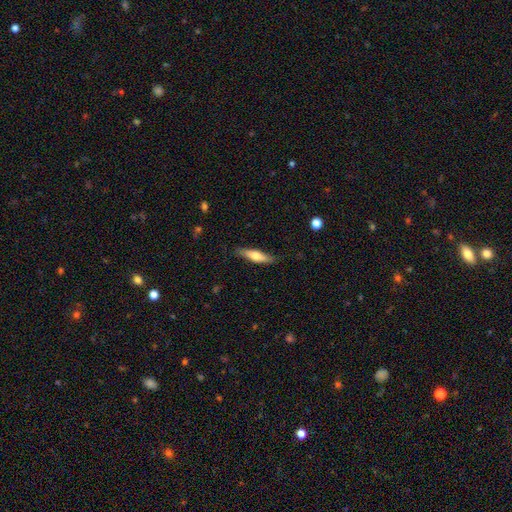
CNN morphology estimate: Q: Smooth or featured?
A: smooth (58%); runner-up: featured or disk (36%)
Q: How rounded?
A: cigar-shaped (67%); runner-up: in between (31%)
Q: Merging?
A: none (82%); runner-up: minor disturbance (15%)